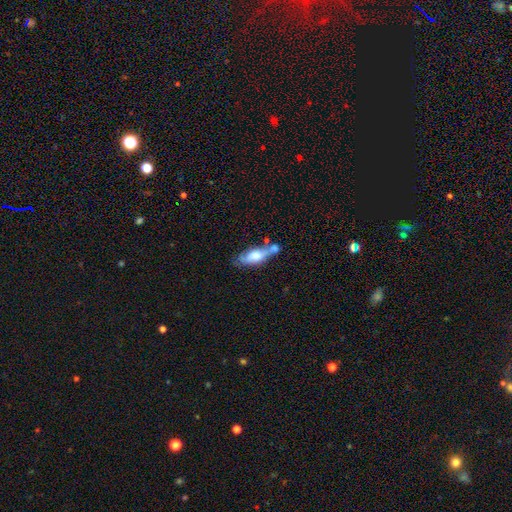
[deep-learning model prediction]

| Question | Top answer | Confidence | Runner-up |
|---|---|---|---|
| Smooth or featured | smooth | 56% | featured or disk (37%) |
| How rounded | in between | 61% | cigar-shaped (36%) |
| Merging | merger | 36% | none (33%) |